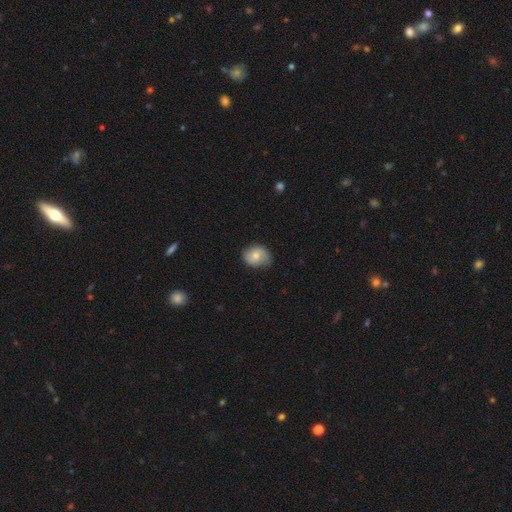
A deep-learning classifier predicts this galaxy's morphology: Q: Smooth or featured?
A: smooth (65%); runner-up: featured or disk (27%)
Q: How rounded?
A: in between (52%); runner-up: round (46%)
Q: Merging?
A: none (70%); runner-up: minor disturbance (24%)